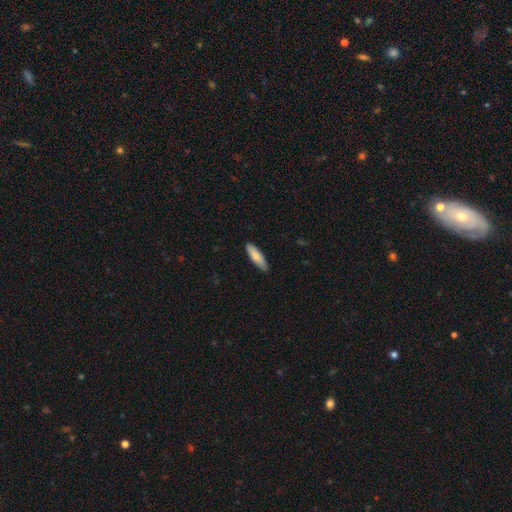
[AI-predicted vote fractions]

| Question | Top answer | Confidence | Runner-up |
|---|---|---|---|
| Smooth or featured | smooth | 81% | featured or disk (13%) |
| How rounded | cigar-shaped | 54% | in between (45%) |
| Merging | none | 86% | minor disturbance (11%) |